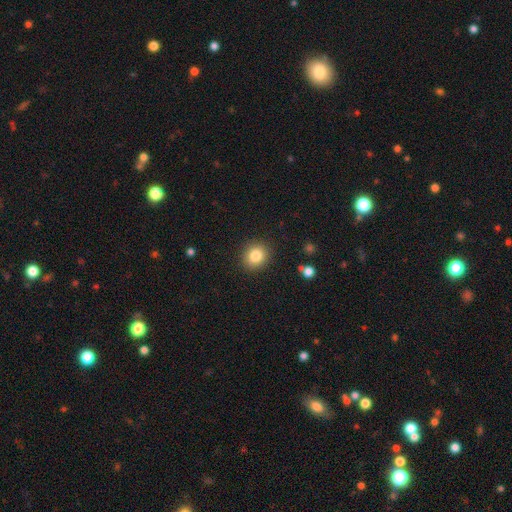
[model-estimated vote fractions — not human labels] This appears to be a smooth galaxy with no disk features (83%) that is round (83%). Merging: none (90%).